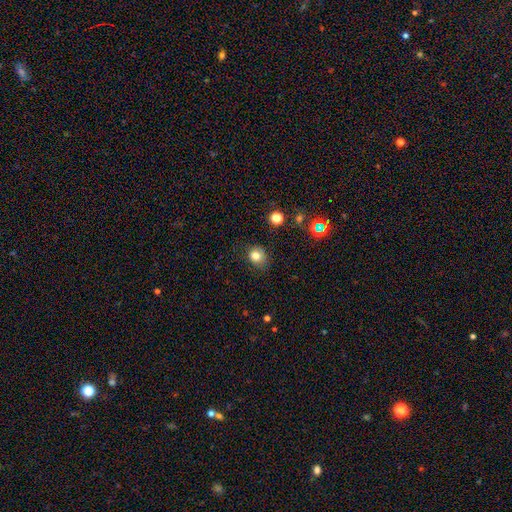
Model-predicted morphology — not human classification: Q: Smooth or featured?
A: smooth (79%); runner-up: star or artifact (14%)
Q: How rounded?
A: round (73%); runner-up: in between (26%)
Q: Merging?
A: none (75%); runner-up: minor disturbance (18%)